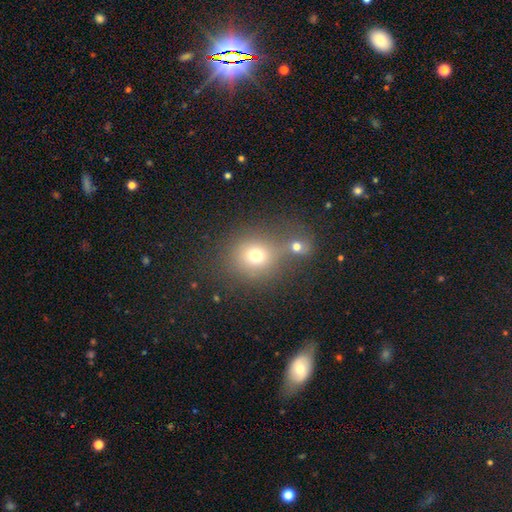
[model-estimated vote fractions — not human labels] Morphology: type=smooth (72%); roundness=round (80%); merging=none (46%).